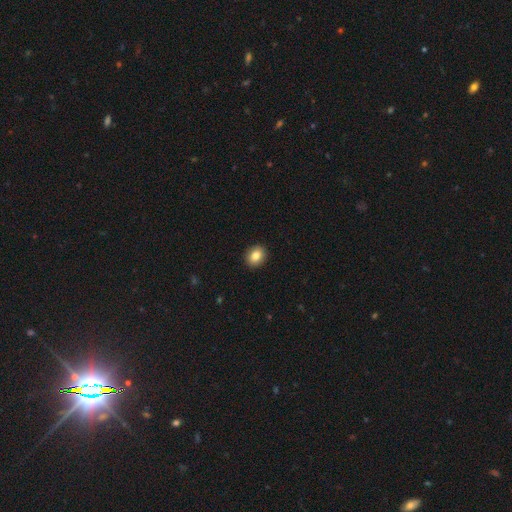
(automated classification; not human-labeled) A smooth galaxy with no disk features (85%) that is round (55%). Merging: none (92%).